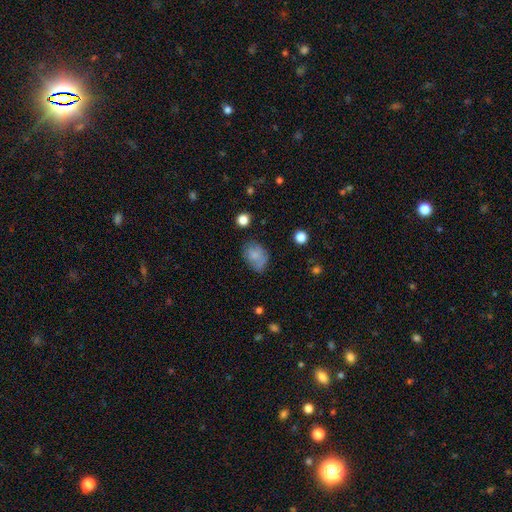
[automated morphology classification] type=smooth (74%); roundness=in between (69%); merging=none (53%).